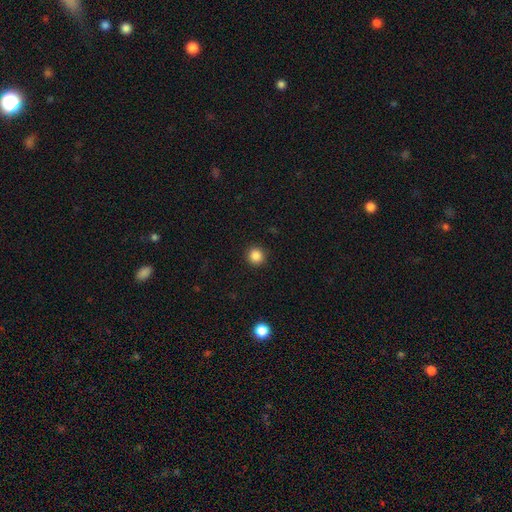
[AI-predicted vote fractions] This is clearly a smooth galaxy (86%). How rounded: clearly round (95%). Merging: clearly none (93%).